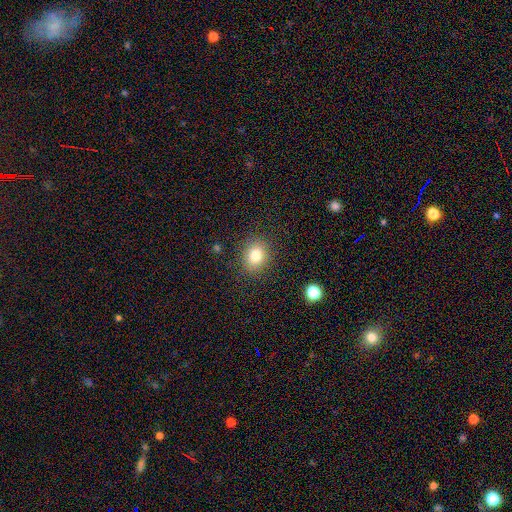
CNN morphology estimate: Overall: smooth (80%). How rounded: round (57%; in between 42%). Merging: none (86%).